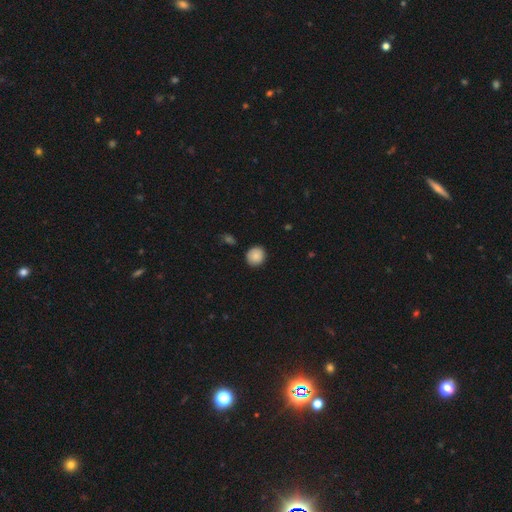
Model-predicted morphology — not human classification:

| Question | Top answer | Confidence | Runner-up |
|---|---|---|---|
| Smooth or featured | smooth | 87% | star or artifact (8%) |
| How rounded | round | 87% | in between (12%) |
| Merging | none | 87% | minor disturbance (9%) |